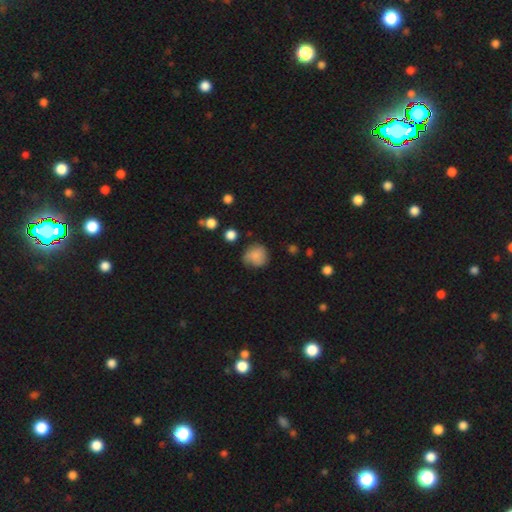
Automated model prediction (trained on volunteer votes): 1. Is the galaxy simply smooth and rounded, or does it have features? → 77% smooth, 14% featured or disk, 9% star or artifact.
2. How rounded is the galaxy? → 83% round, 16% in between, 1% cigar-shaped.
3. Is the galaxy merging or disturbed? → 60% none, 28% minor disturbance, 9% major disturbance, 3% merger.